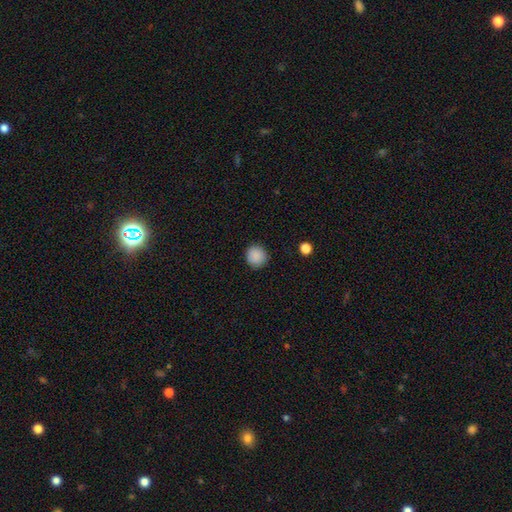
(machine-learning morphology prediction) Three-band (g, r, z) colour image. It shows a smooth galaxy with no disk features (89%) that is round (93%). Merging: none (90%).